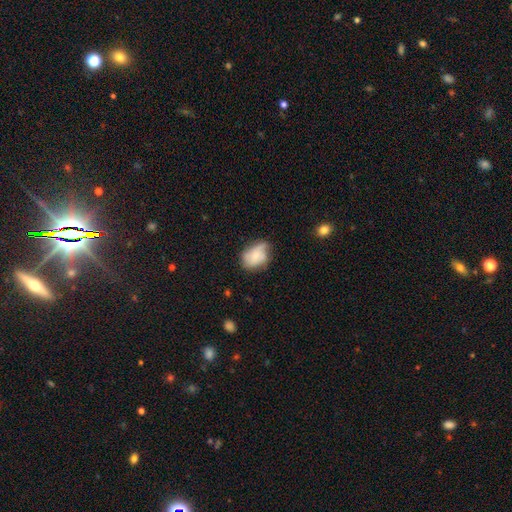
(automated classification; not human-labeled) The model was most divided on "merging": none: 45%, minor disturbance: 36%, major disturbance: 16%, merger: 3%. More confident: how rounded — in between (74%); smooth or featured — smooth (61%).